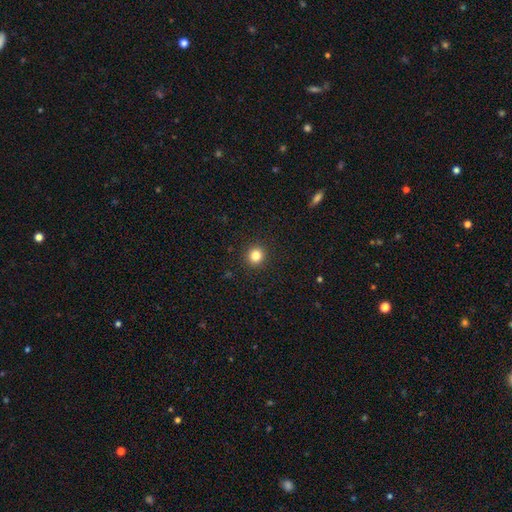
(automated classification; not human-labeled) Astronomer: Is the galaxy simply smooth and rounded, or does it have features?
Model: smooth — 83%.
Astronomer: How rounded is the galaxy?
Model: round — 92%.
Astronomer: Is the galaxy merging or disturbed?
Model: none — 92%.